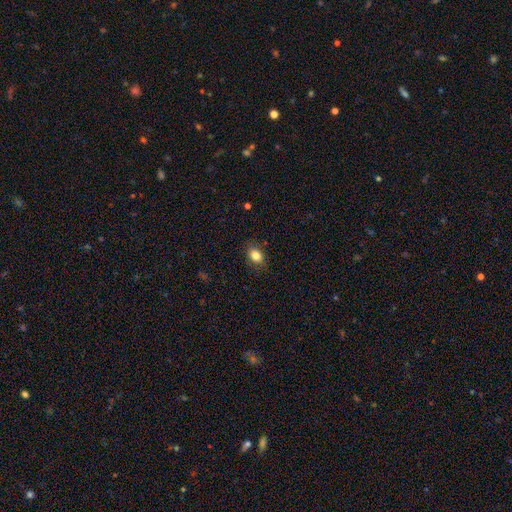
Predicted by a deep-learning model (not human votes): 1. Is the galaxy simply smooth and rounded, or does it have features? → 84% smooth, 9% star or artifact, 7% featured or disk.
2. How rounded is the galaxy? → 75% in between, 24% round, 1% cigar-shaped.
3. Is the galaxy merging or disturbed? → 85% none, 12% minor disturbance, 3% major disturbance, 1% merger.